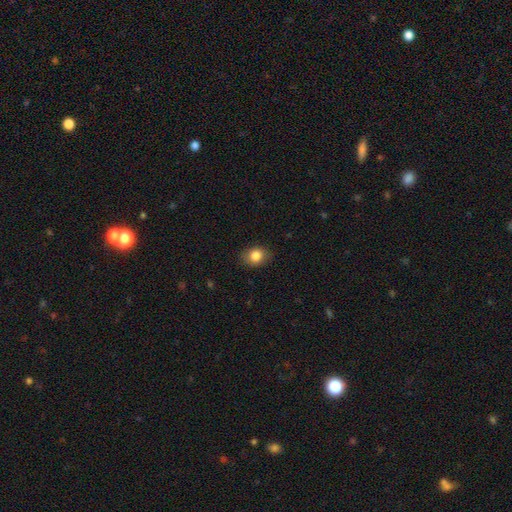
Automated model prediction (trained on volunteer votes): This appears to be a smooth galaxy with no disk features (84%) that is in between round and cigar-shaped (53%). Merging: none (82%).